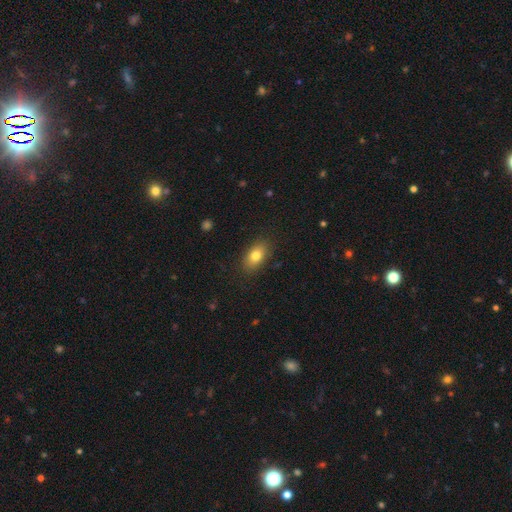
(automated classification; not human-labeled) The model was most divided on "smooth or featured": smooth: 79%, featured or disk: 12%, star or artifact: 9%. More confident: how rounded — in between (87%); merging — none (85%).